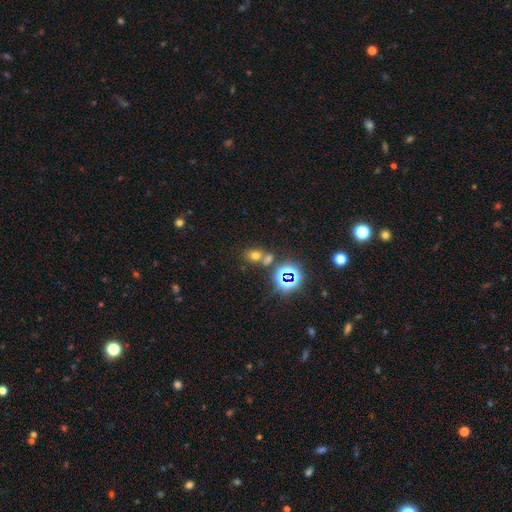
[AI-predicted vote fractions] A smooth galaxy with no disk features (57%) that is in between round and cigar-shaped (54%).

Vote fractions:
- Smooth or featured? smooth: 57% / star or artifact: 32% / featured or disk: 11%
- How rounded? in between: 54% / round: 44% / cigar-shaped: 2%
- Merging? none: 53% / merger: 33% / minor disturbance: 10% / major disturbance: 4%